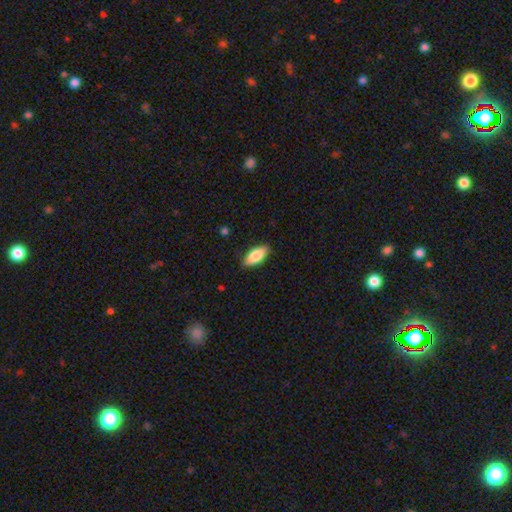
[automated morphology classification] A smooth galaxy with no disk features (79%) that is in between round and cigar-shaped (82%).

Vote fractions:
- Smooth or featured? smooth: 79% / featured or disk: 15% / star or artifact: 6%
- How rounded? in between: 82% / cigar-shaped: 16% / round: 2%
- Merging? none: 86% / minor disturbance: 11% / major disturbance: 2% / merger: 1%